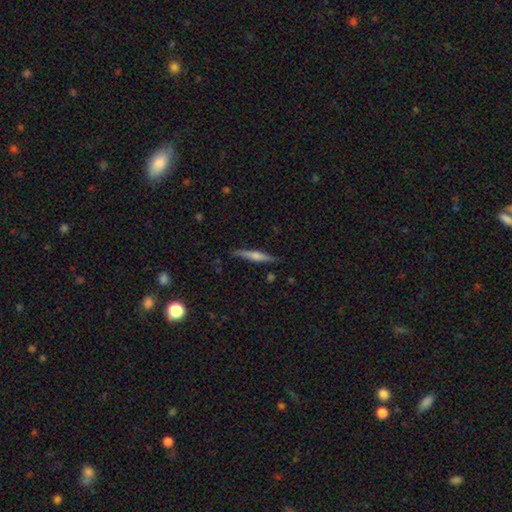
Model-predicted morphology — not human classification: smooth-or-featured: featured or disk: 53% | smooth: 40% | star or artifact: 6%
  disk-edge-on: yes: 97% | no: 3%
    edge-on-bulge: rounded: 71% | none: 16% | boxy: 13%
  merging: none: 87% | minor disturbance: 10% | major disturbance: 2% | merger: 1%